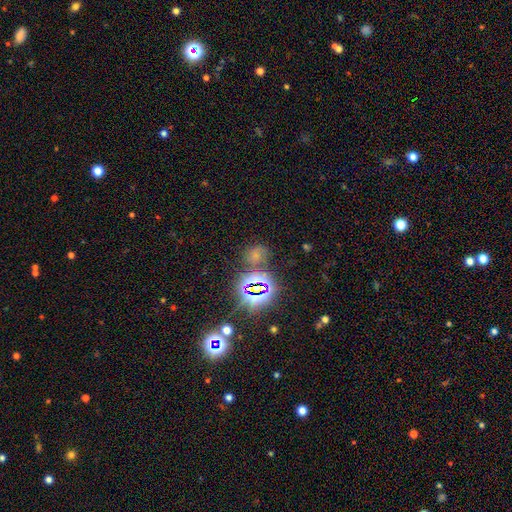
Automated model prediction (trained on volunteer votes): smooth-or-featured: star or artifact: 50% | smooth: 40% | featured or disk: 10%